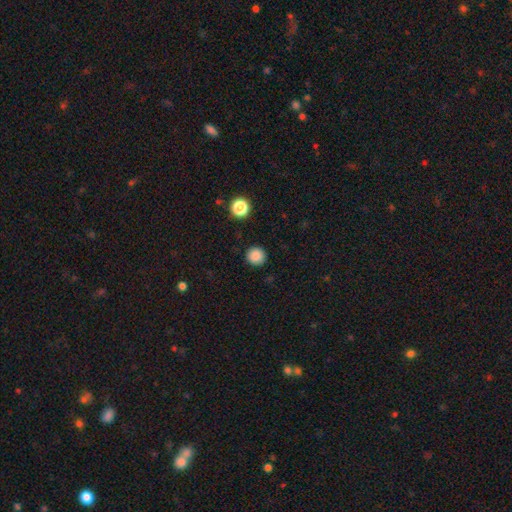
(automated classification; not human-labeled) Smooth or featured? smooth (86%)
How rounded? round (94%)
Merging? none (91%)